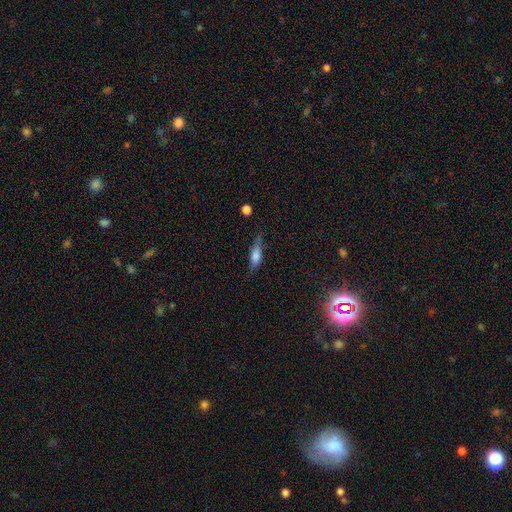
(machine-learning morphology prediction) Smooth or featured?
  - smooth: 67% *
  - featured or disk: 24%
  - star or artifact: 9%
How rounded?
  - in between: 50% *
  - cigar-shaped: 47%
  - round: 3%
Merging?
  - none: 60% *
  - minor disturbance: 29%
  - major disturbance: 9%
  - merger: 3%